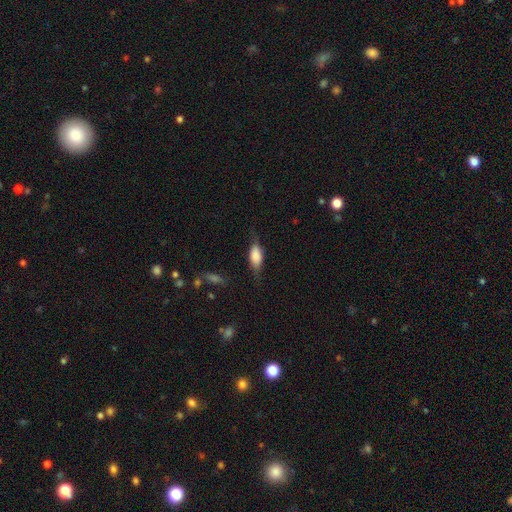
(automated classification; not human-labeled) This is likely a smooth galaxy (63%). How rounded: likely in between (78%). Merging: likely none (61%).